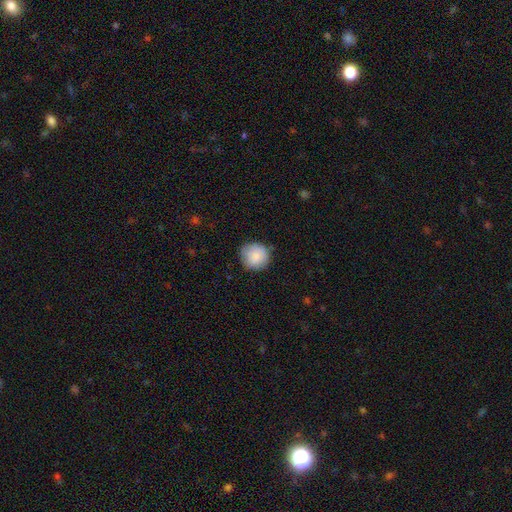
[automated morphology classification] This is clearly a smooth galaxy (87%). How rounded: clearly round (92%). Merging: clearly none (81%).